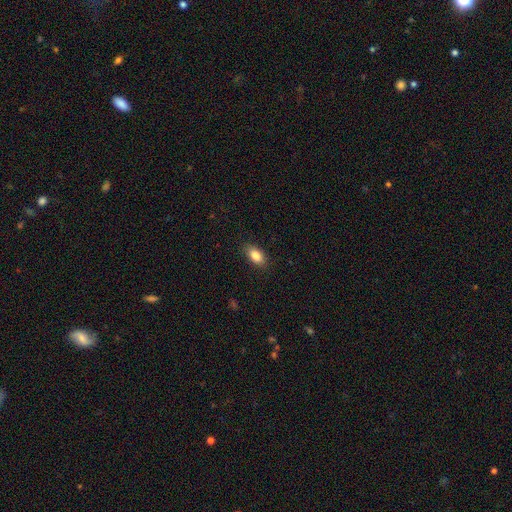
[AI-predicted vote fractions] smooth_or_featured: smooth (p=0.85) [alt: star or artifact p=0.08]
how_rounded: in between (p=0.89) [alt: round p=0.07]
merging: none (p=0.87) [alt: minor disturbance p=0.09]